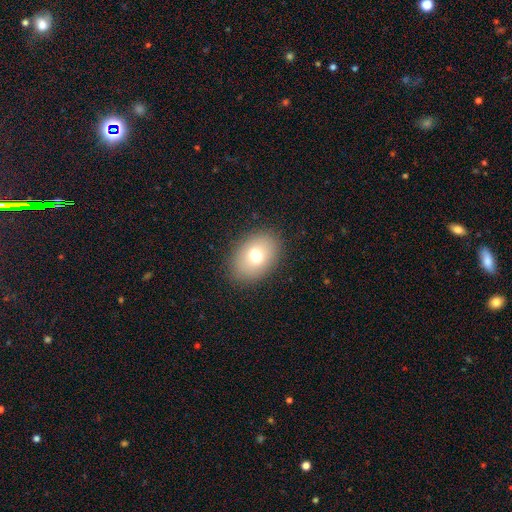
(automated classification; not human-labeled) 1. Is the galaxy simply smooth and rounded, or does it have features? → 72% smooth, 16% featured or disk, 11% star or artifact.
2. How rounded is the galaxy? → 76% in between, 23% round, 1% cigar-shaped.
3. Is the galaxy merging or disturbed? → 87% none, 9% minor disturbance, 3% major disturbance, 1% merger.